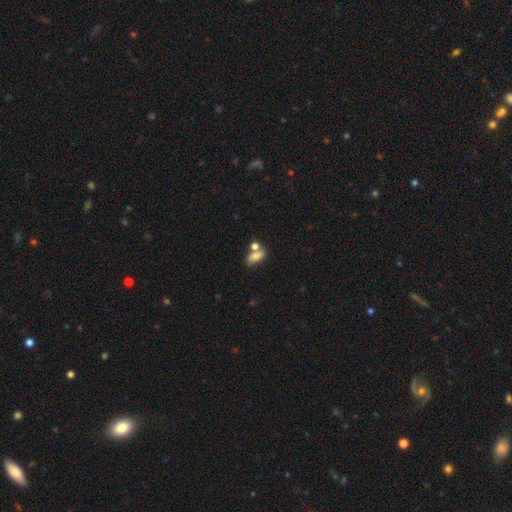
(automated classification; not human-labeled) A smooth galaxy with no disk features (69%) that is in between round and cigar-shaped (77%). Merging: none (44%).